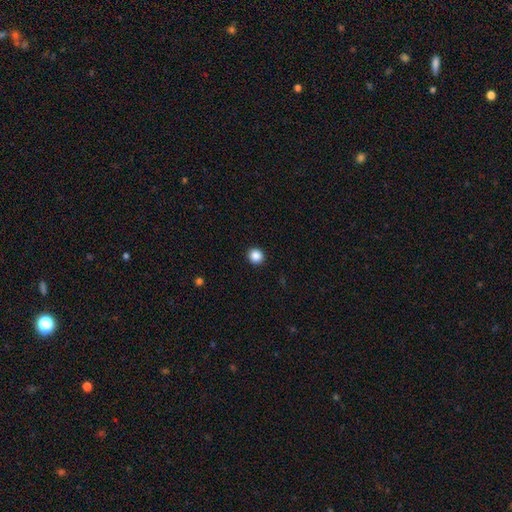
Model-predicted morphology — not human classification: type=smooth (87%); roundness=round (94%); merging=none (93%).